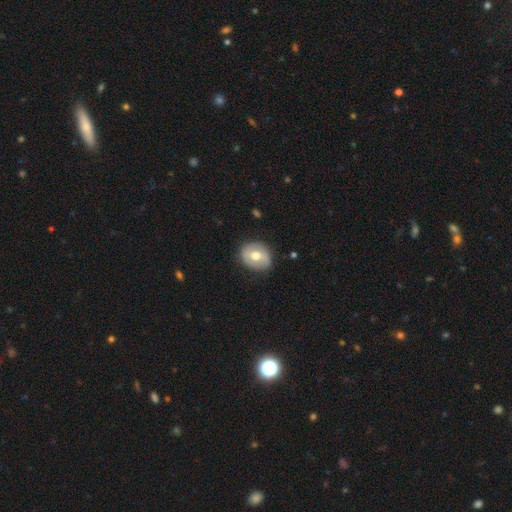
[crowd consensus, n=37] Q: Smooth or featured?
A: smooth (62%); runner-up: featured or disk (38%)
Q: How rounded?
A: round (83%); runner-up: in between (17%)
Q: Merging?
A: none (84%); runner-up: minor disturbance (16%)